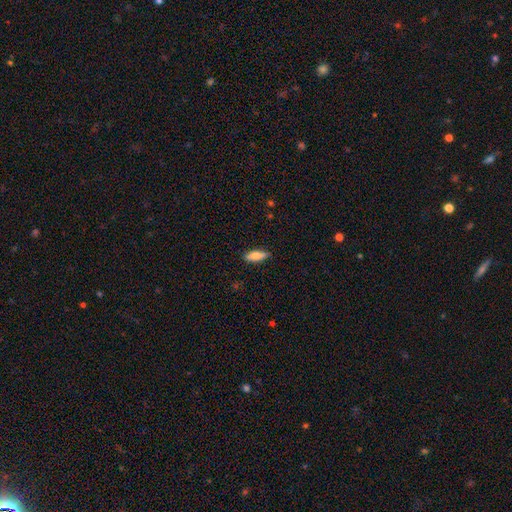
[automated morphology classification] Overall: smooth (76%). How rounded: in between (61%; cigar-shaped 37%). Merging: none (84%).